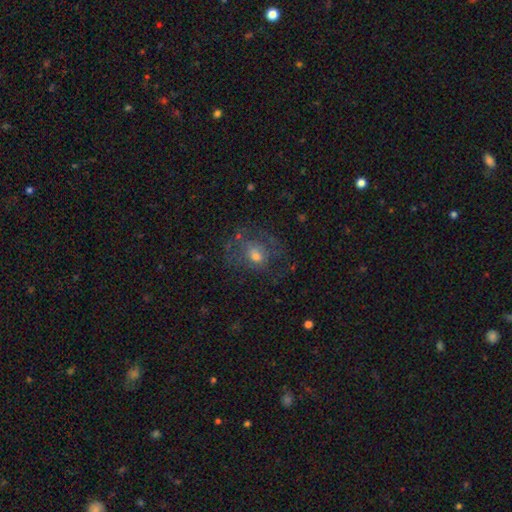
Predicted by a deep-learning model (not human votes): Morphology: type=smooth (47%); merging=none (55%).